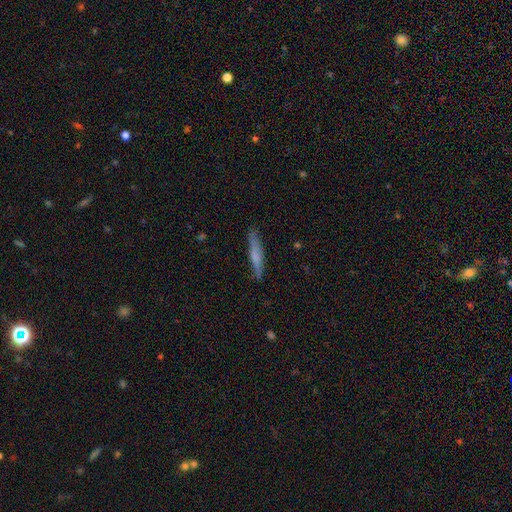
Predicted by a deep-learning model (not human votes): Smooth or featured? smooth (56%)
How rounded? cigar-shaped (93%)
Merging? none (84%)